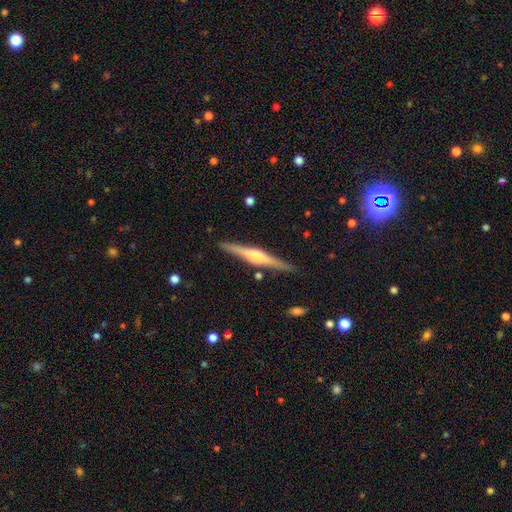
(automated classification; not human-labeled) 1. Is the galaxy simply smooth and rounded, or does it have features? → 77% featured or disk, 17% smooth, 5% star or artifact.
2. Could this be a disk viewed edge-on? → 98% yes, 2% no.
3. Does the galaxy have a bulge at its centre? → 80% rounded, 14% boxy, 6% none.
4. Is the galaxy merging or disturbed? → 90% none, 7% minor disturbance, 2% merger, 1% major disturbance.